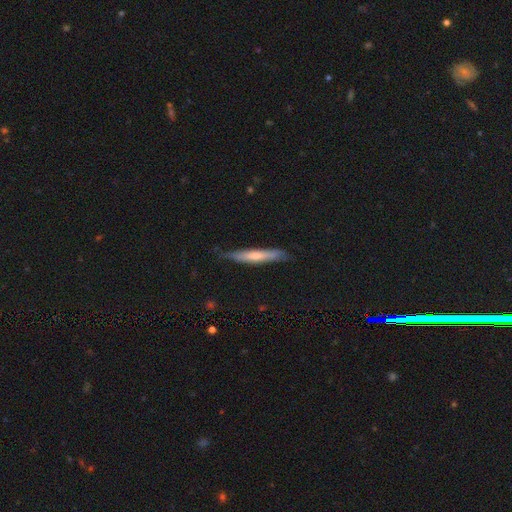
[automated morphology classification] smooth-or-featured: smooth: 58% | featured or disk: 36% | star or artifact: 5%
  how-rounded: cigar-shaped: 92% | in between: 7% | round: 1%
  merging: none: 76% | minor disturbance: 19% | major disturbance: 3% | merger: 1%